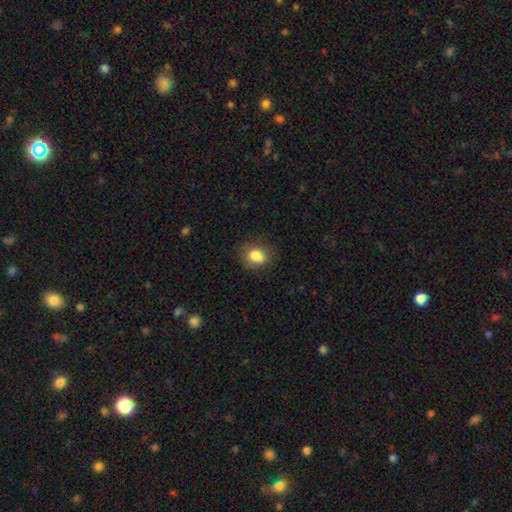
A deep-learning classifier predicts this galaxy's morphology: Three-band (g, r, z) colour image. It shows a smooth galaxy with no disk features (80%) that is in between round and cigar-shaped (57%). Merging: none (63%).